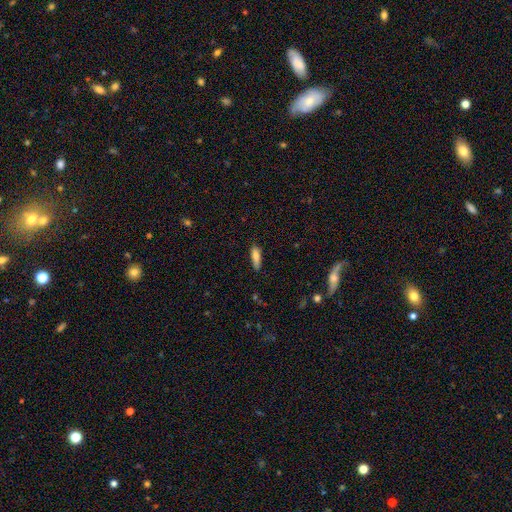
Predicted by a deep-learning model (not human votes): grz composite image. It shows a smooth galaxy with no disk features (78%) that is cigar-shaped (52%). Merging: none (76%).